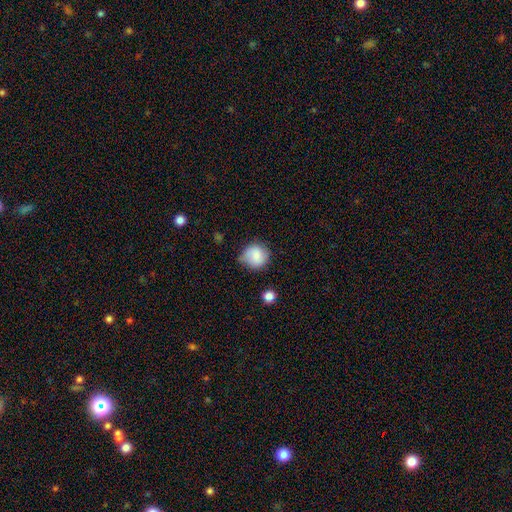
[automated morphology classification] The model was most divided on "merging": none: 64%, minor disturbance: 27%, major disturbance: 6%, merger: 3%. More confident: how rounded — round (89%); smooth or featured — smooth (82%).